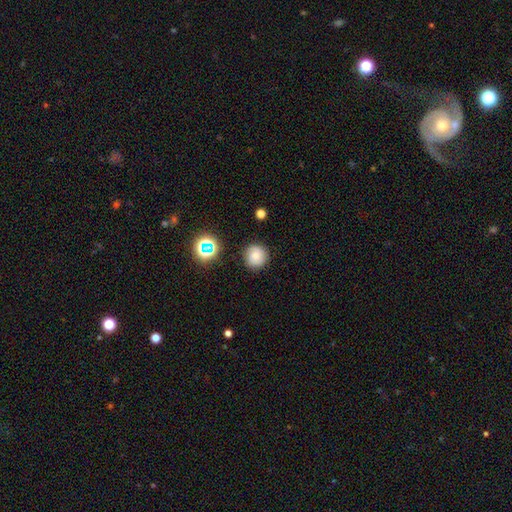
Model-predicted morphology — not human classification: Smooth or featured? smooth (70%)
How rounded? round (95%)
Merging? none (86%)